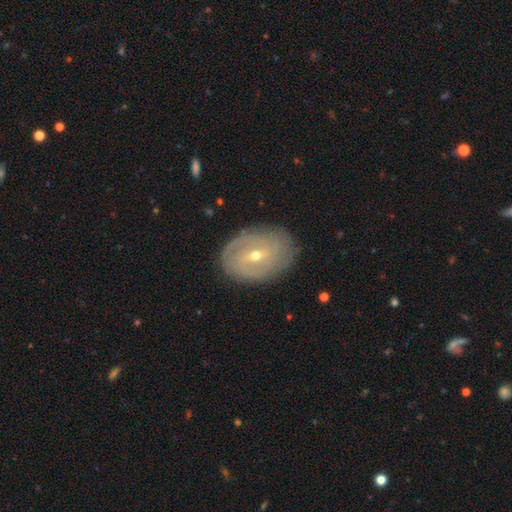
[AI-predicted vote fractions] A featured or disk galaxy (78%) with a weak bar (51%), can't tell (38%, tied with 2) tight (65%) spiral arms (82%) and a small central bulge (54%).

Vote fractions:
- Smooth or featured? featured or disk: 78% / smooth: 16% / star or artifact: 6%
- Edge-on disk? no: 95% / yes: 5%
- Bar? weak: 51% / no: 28% / strong: 22%
- Spiral arms? yes: 82% / no: 18%
- Spiral winding? tight: 65% / medium: 26% / loose: 10%
- Spiral arm count? can't tell: 38% (tied) / 2: 38% (tied) / 3: 11% / 4: 5% / 1: 5% / more than 4: 4%
- Bulge size? small: 54% / moderate: 43% / large: 1% / none: 1% / dominant: 1%
- Merging? none: 80% / minor disturbance: 14% / major disturbance: 4% / merger: 1%